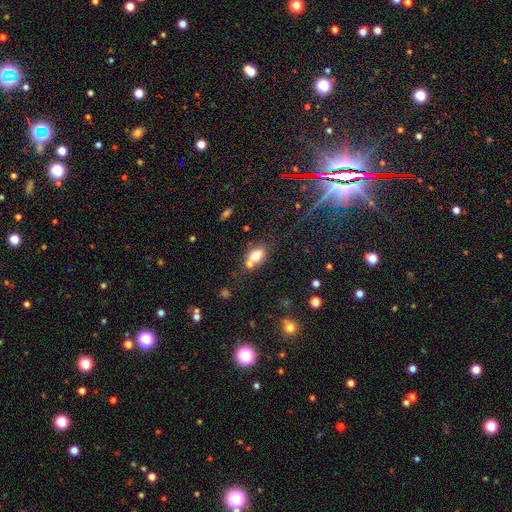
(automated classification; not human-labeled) Smooth or featured: smooth — 73% (featured or disk — 15%)
How rounded: in between — 78% (round — 19%)
Merging: none — 46% (merger — 35%)